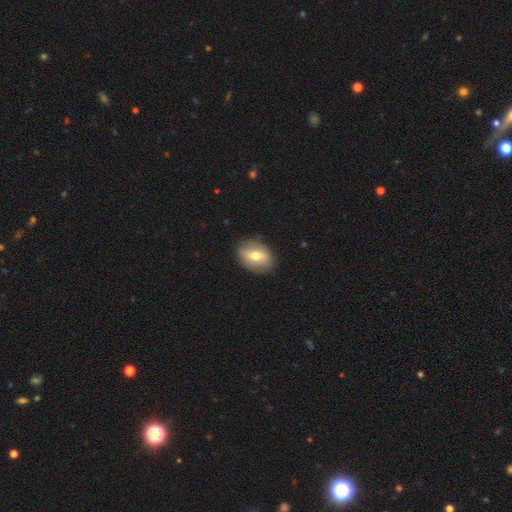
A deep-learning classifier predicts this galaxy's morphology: Smooth or featured?
  - smooth: 56% *
  - featured or disk: 36%
  - star or artifact: 7%
How rounded?
  - in between: 67% *
  - round: 31%
  - cigar-shaped: 2%
Merging?
  - none: 85% *
  - minor disturbance: 11%
  - major disturbance: 3%
  - merger: 1%